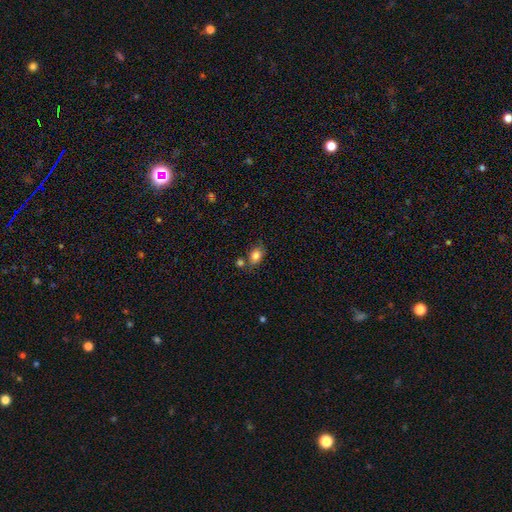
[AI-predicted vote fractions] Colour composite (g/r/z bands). It shows a smooth galaxy with no disk features (82%) that is in between round and cigar-shaped (73%). Merging: none (65%).